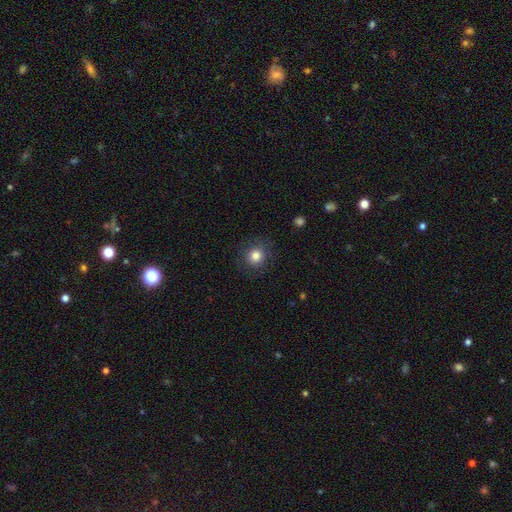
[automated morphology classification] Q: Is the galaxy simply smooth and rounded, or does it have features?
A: smooth — 83%.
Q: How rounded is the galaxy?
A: round — 90%.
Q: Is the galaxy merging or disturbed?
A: none — 87%.